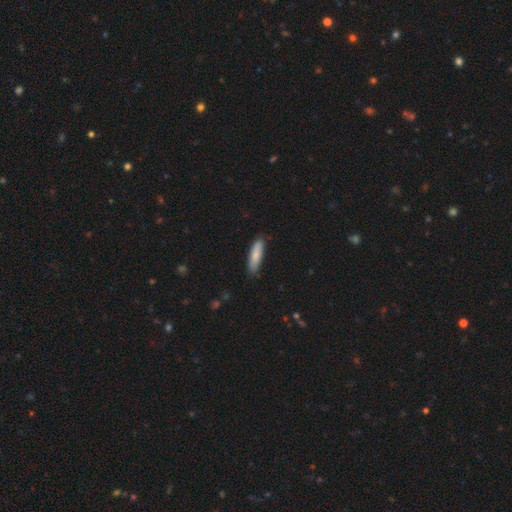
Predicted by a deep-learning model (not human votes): Overall: smooth (82%). How rounded: cigar-shaped (67%; in between 32%). Merging: none (85%).